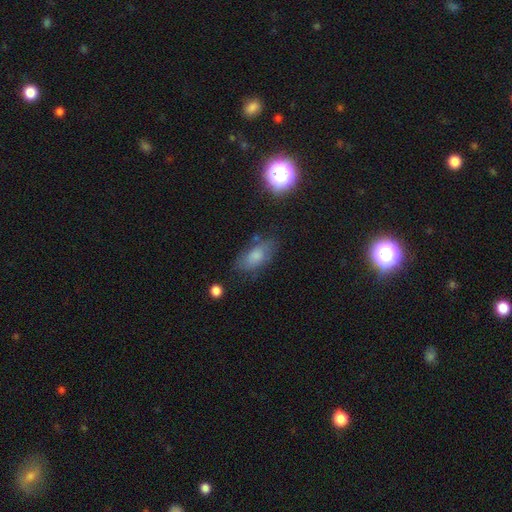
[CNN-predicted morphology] This appears to be a smooth galaxy with no disk features (62%) that is in between round and cigar-shaped (85%). Merging: none (71%).